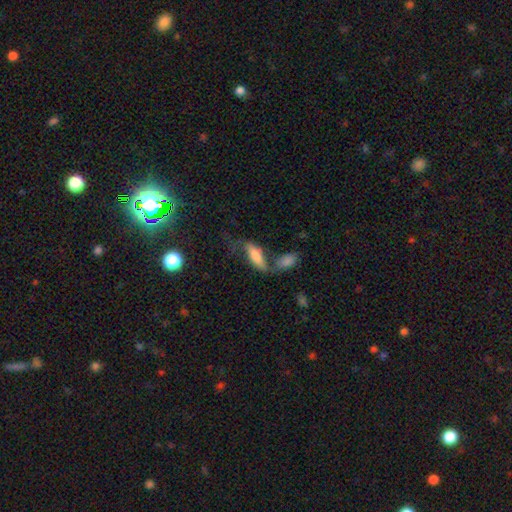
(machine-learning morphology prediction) Smooth or featured?
  - smooth: 58% *
  - featured or disk: 34%
  - star or artifact: 8%
How rounded?
  - in between: 58% *
  - cigar-shaped: 39%
  - round: 3%
Merging?
  - none: 35% *
  - merger: 33%
  - minor disturbance: 17%
  - major disturbance: 15%